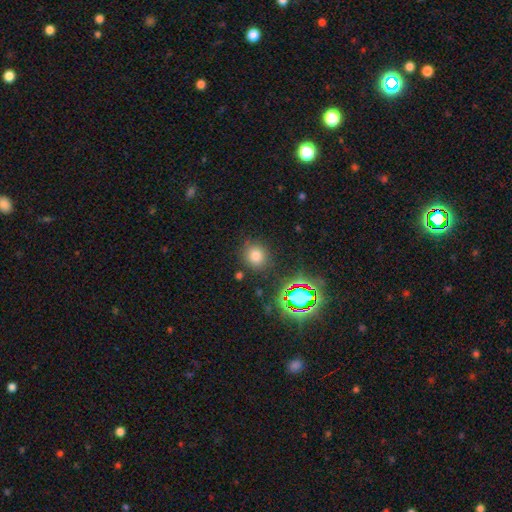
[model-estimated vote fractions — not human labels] Morphology: type=smooth (72%); roundness=round (81%); merging=none (82%).